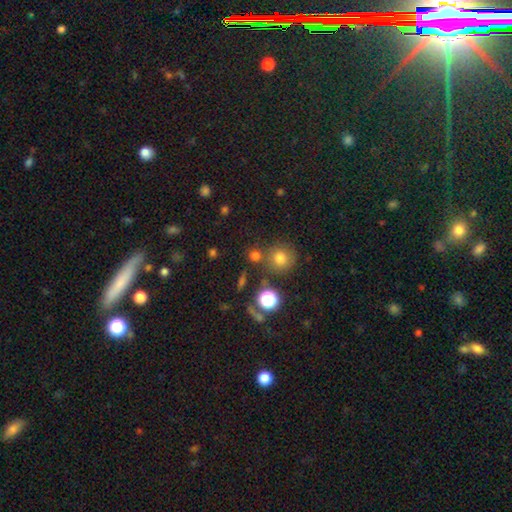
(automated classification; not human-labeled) Overall: smooth (70%). How rounded: round (87%). Merging: none (72%).